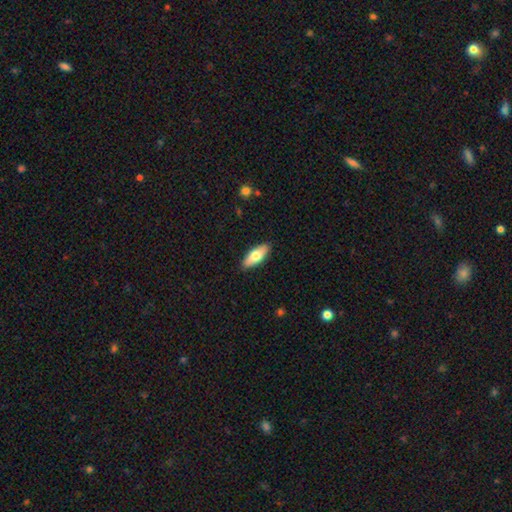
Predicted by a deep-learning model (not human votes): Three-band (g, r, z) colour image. It shows a smooth galaxy with no disk features (70%) that is in between round and cigar-shaped (72%). Merging: none (89%).